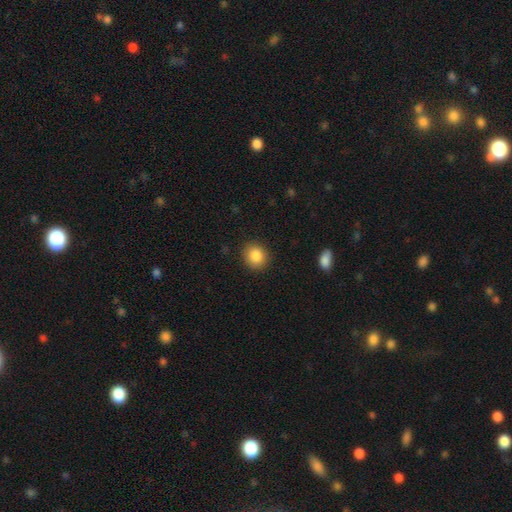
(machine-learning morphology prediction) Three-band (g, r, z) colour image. It shows a smooth galaxy with no disk features (87%) that is round (78%). Merging: none (89%).